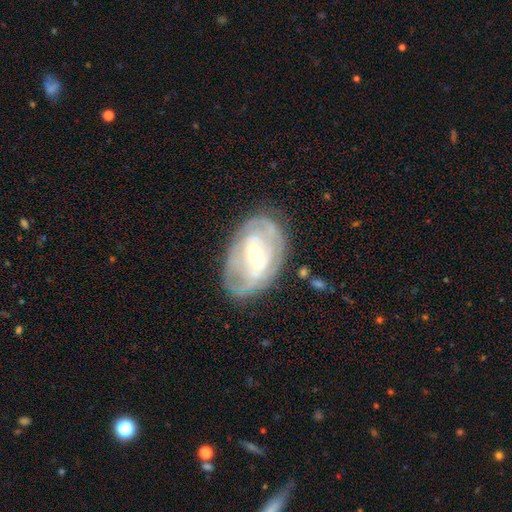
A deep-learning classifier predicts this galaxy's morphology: This is likely a featured or disk galaxy (79%). It is clearly not viewed edge-on (95%). Bar: possibly weak (46%). Spiral arm pattern: likely yes (79%). Spiral arm count: possibly can't tell (45%). Spiral winding: likely tight (63%). Central bulge: possibly moderate (52%). Merging: likely none (72%).